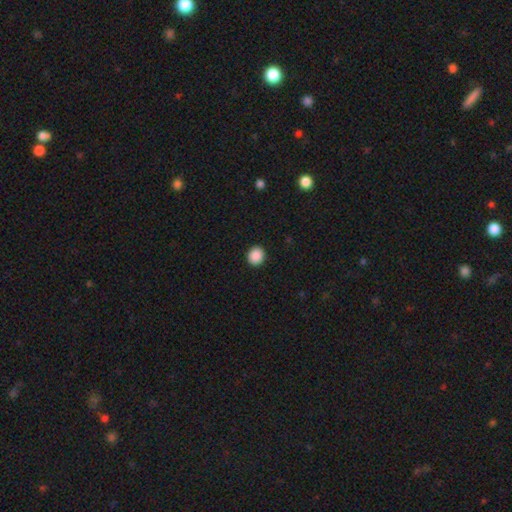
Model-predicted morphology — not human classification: smooth 89%, star or artifact 8%, featured or disk 2%. Down the decision tree: how rounded — round (78%); merging — none (92%).